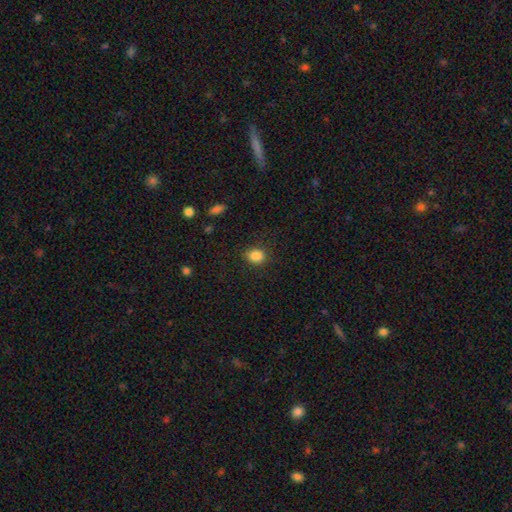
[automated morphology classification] Smooth or featured? smooth (86%)
How rounded? round (51%)
Merging? none (83%)